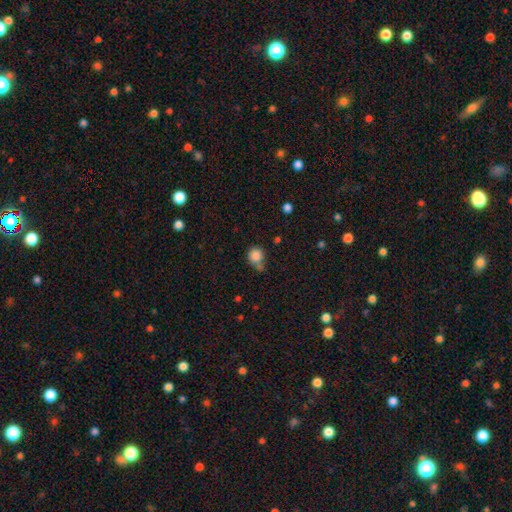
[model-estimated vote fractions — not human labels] Smooth or featured? Predicted: smooth (p=0.84). How rounded? Predicted: round (p=0.84). Merging? Predicted: none (p=0.52).